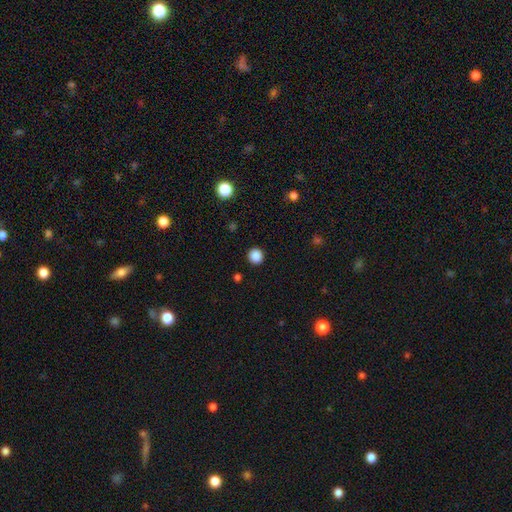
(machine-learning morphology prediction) Smooth or featured? Predicted: smooth (p=0.87). How rounded? Predicted: round (p=0.94). Merging? Predicted: none (p=0.92).